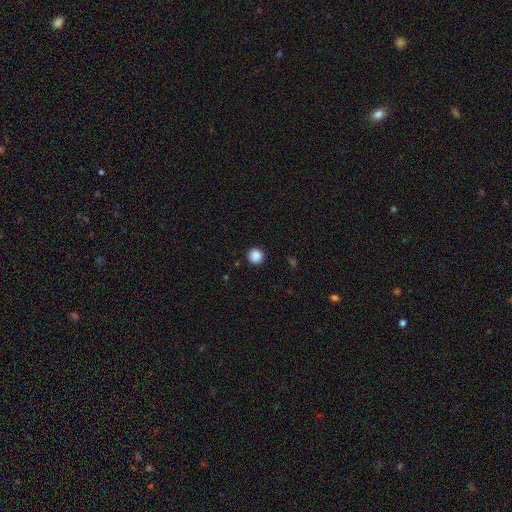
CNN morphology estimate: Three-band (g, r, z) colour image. It shows a smooth galaxy with no disk features (88%) that is round (95%). Merging: none (92%).